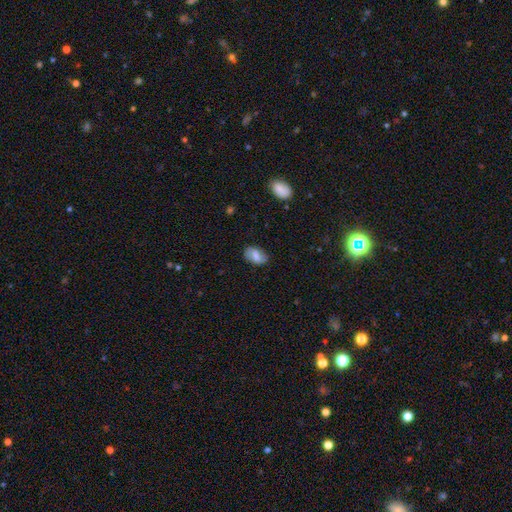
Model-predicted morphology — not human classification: Smooth or featured? Predicted: smooth (p=0.64). How rounded? Predicted: in between (p=0.89). Merging? Predicted: none (p=0.79).